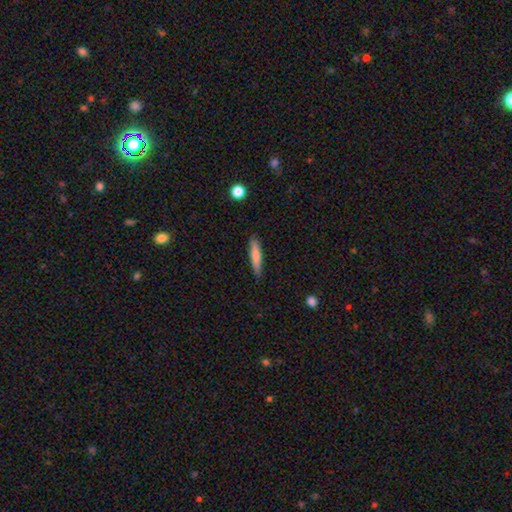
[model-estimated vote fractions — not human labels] Smooth or featured?
  - smooth: 76% *
  - featured or disk: 18%
  - star or artifact: 6%
How rounded?
  - cigar-shaped: 88% *
  - in between: 10%
  - round: 1%
Merging?
  - none: 87% *
  - minor disturbance: 10%
  - major disturbance: 2%
  - merger: 1%